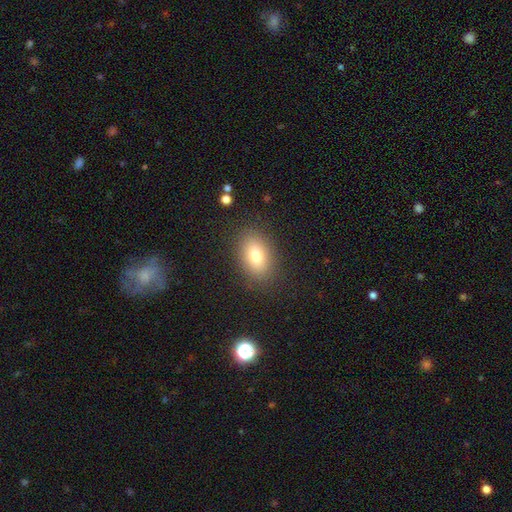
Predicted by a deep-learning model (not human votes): smooth_or_featured: smooth (p=0.78) [alt: featured or disk p=0.12]
how_rounded: in between (p=0.84) [alt: round p=0.14]
merging: none (p=0.86) [alt: minor disturbance p=0.09]